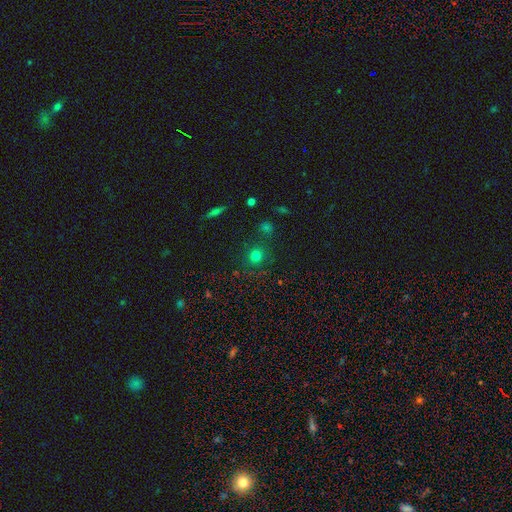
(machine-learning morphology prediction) type=smooth (74%); roundness=round (91%); merging=none (83%).